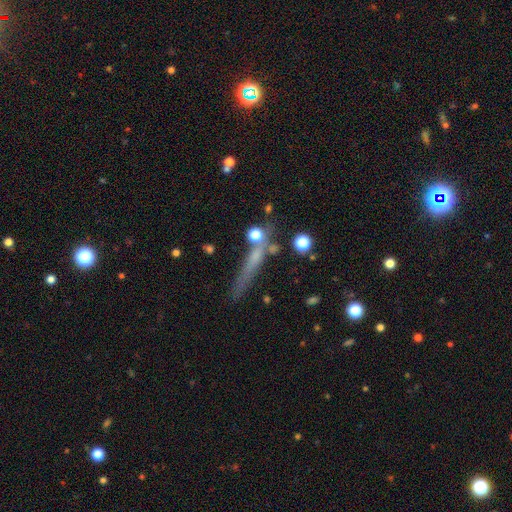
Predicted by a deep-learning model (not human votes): Q: Smooth or featured?
A: smooth (47%); runner-up: featured or disk (37%)
Q: Merging?
A: none (63%); runner-up: minor disturbance (17%)